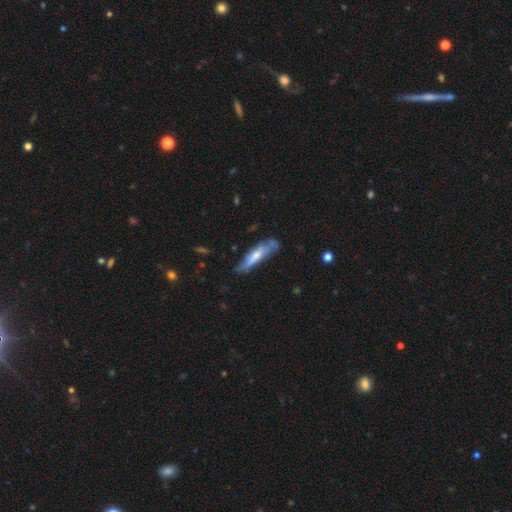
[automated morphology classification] smooth-or-featured: smooth: 52% | featured or disk: 42% | star or artifact: 6%
  how-rounded: cigar-shaped: 74% | in between: 24% | round: 2%
  merging: none: 55% | minor disturbance: 30% | major disturbance: 11% | merger: 5%